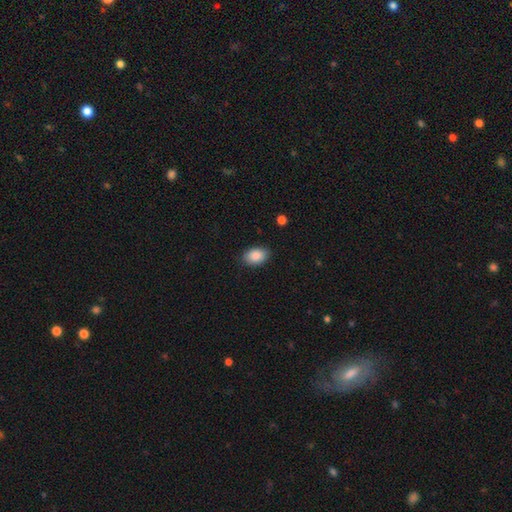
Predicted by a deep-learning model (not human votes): smooth_or_featured: smooth (p=0.88) [alt: star or artifact p=0.07]
how_rounded: in between (p=0.87) [alt: round p=0.12]
merging: none (p=0.86) [alt: minor disturbance p=0.10]